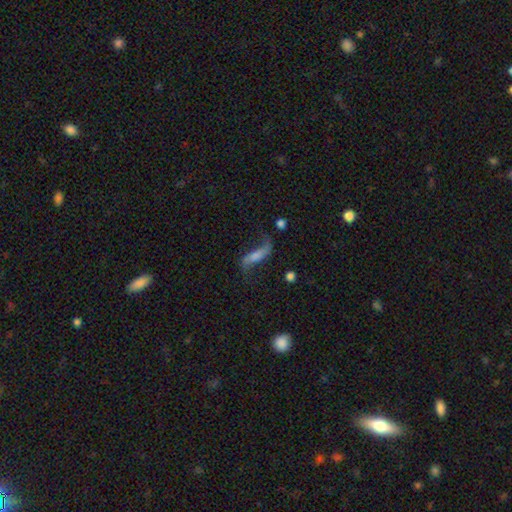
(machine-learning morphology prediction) Smooth or featured? Predicted: featured or disk (p=0.71). Edge-on disk? Predicted: no (p=0.86). Bar? Predicted: no (p=0.41). Spiral arms? Predicted: yes (p=0.91). Spiral winding? Predicted: loose (p=0.91). Spiral arm count? Predicted: 2 (p=0.90). Bulge size? Predicted: none (p=0.34). Merging? Predicted: none (p=0.60).